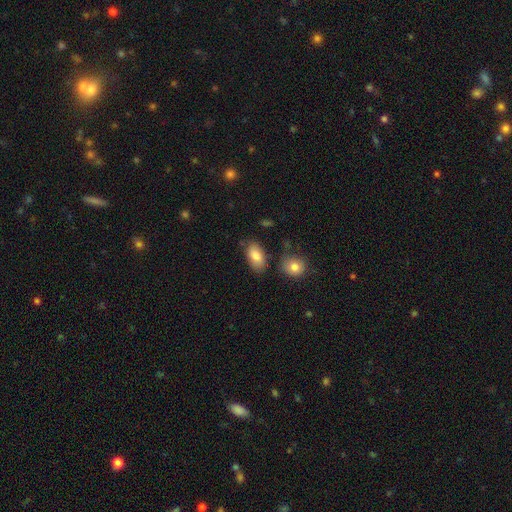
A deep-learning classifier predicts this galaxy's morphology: A smooth galaxy with no disk features (85%) that is in between round and cigar-shaped (93%). Merging: none (76%).